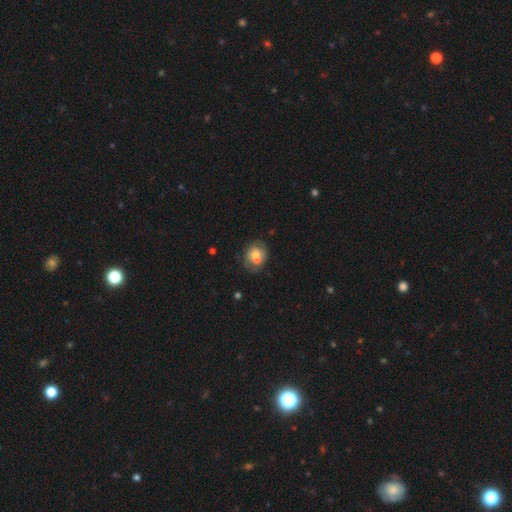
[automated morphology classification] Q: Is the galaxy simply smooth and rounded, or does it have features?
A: smooth — 63%.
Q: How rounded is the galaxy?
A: round — 51%.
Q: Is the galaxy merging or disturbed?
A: none — 49%.